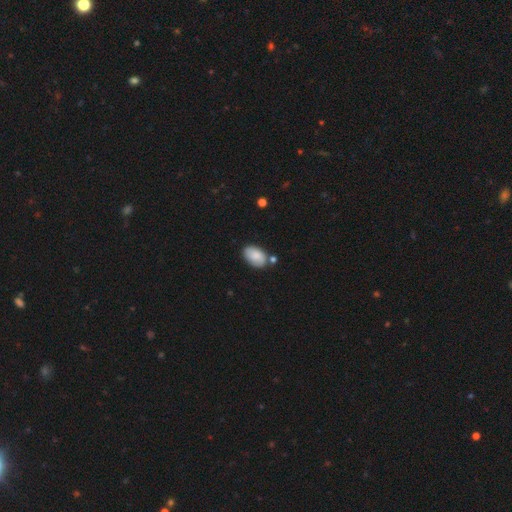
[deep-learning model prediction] Smooth or featured? Predicted: smooth (p=0.83). How rounded? Predicted: in between (p=0.92). Merging? Predicted: none (p=0.69).